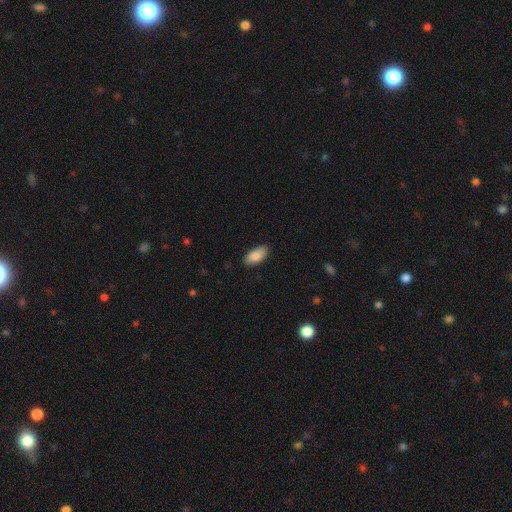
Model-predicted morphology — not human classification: This is clearly a smooth galaxy (87%). How rounded: clearly in between (92%). Merging: clearly none (85%).